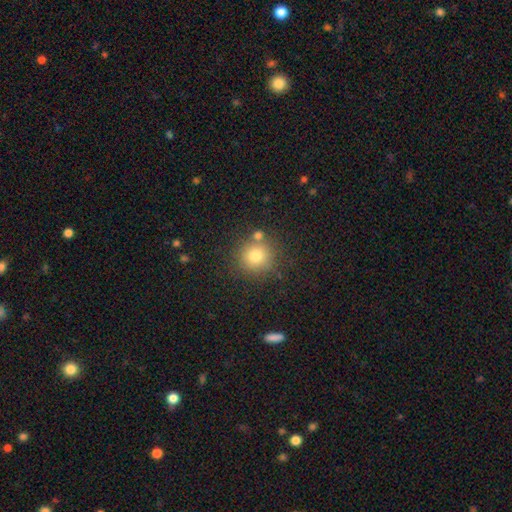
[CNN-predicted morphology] smooth_or_featured: smooth (p=0.78) [alt: star or artifact p=0.13]
how_rounded: round (p=0.92) [alt: in between p=0.07]
merging: none (p=0.77) [alt: merger p=0.11]